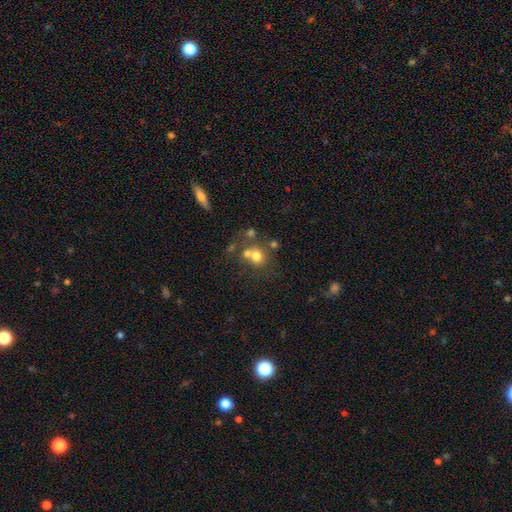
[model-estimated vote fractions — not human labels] This is likely a smooth galaxy (67%). How rounded: clearly round (84%). Merging: possibly none (49%).